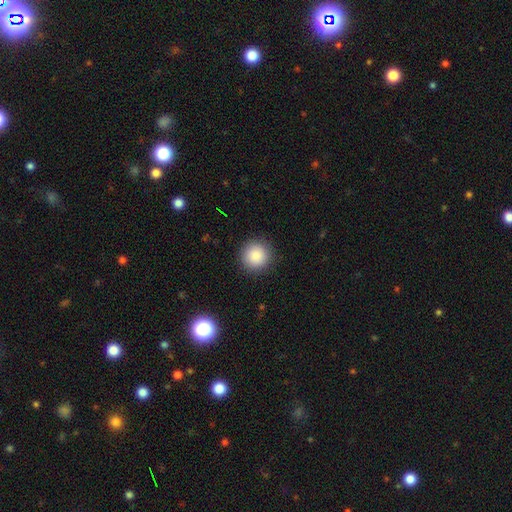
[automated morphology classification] This is clearly a smooth galaxy (88%). How rounded: clearly round (95%). Merging: clearly none (91%).